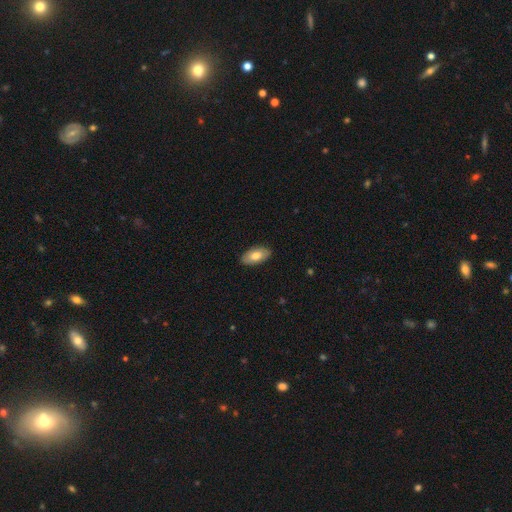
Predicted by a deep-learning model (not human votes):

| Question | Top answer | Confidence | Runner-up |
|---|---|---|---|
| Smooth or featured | smooth | 76% | featured or disk (19%) |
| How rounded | in between | 94% | cigar-shaped (3%) |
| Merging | none | 88% | minor disturbance (9%) |